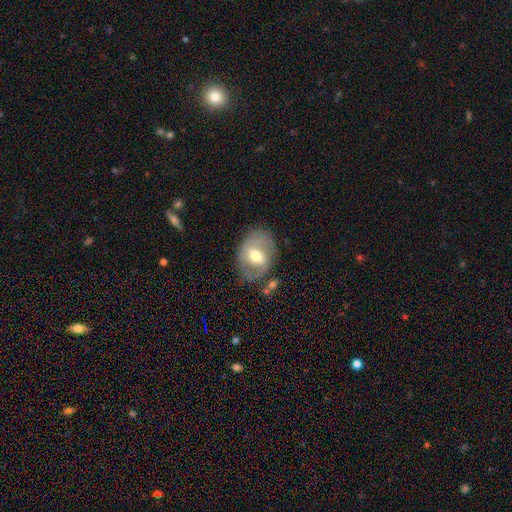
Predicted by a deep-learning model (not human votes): This is likely a featured or disk galaxy (64%). It is clearly not viewed edge-on (95%). Bar: possibly weak (49%). Spiral arm pattern: likely yes (73%). Central bulge: likely moderate (70%). Merging: likely none (70%).